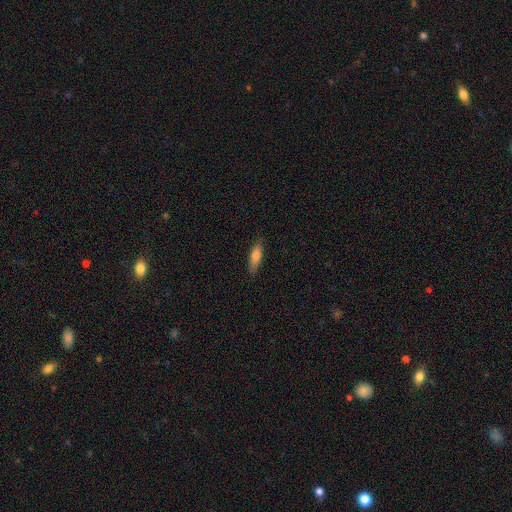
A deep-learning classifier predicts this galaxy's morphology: smooth-or-featured: smooth: 76% | featured or disk: 18% | star or artifact: 6%
  how-rounded: cigar-shaped: 56% | in between: 43% | round: 2%
  merging: none: 84% | minor disturbance: 13% | major disturbance: 2% | merger: 1%